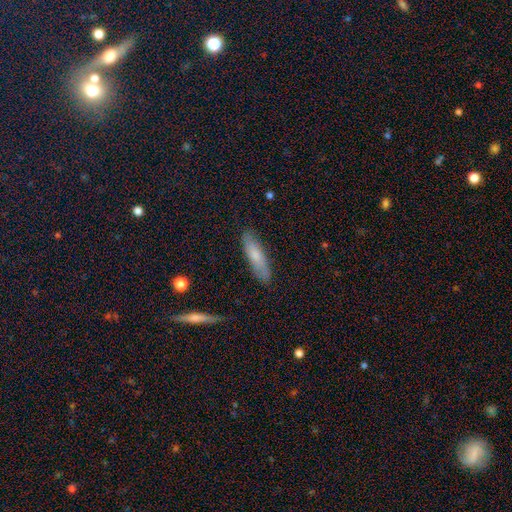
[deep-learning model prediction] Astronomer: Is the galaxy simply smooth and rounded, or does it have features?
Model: smooth — 69%.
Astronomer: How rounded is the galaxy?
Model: cigar-shaped — 62%.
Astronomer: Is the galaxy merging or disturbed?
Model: none — 81%.